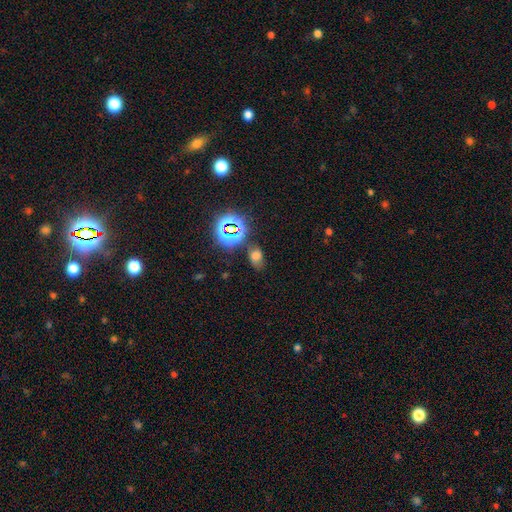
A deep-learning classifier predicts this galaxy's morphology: A smooth galaxy with no disk features (60%) that is in between round and cigar-shaped (78%). Merging: none (65%).